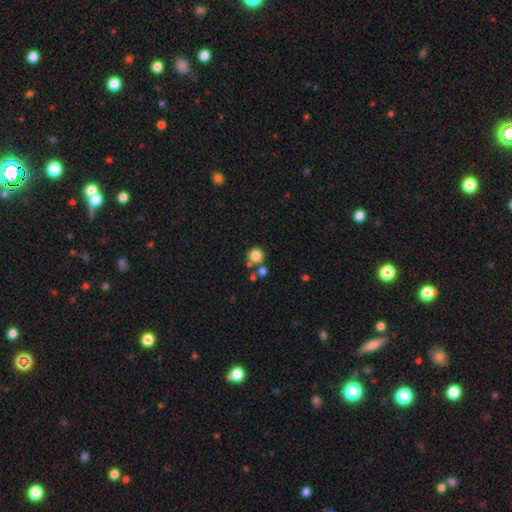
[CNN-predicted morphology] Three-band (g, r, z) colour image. It shows a smooth galaxy with no disk features (83%) that is round (92%). Merging: none (67%).